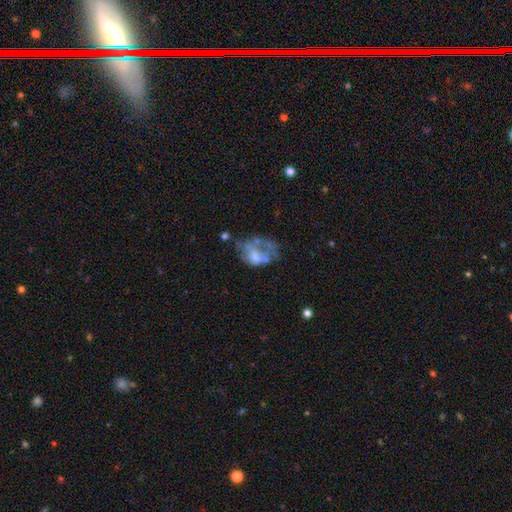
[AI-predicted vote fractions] smooth-or-featured: featured or disk: 49% | smooth: 39% | star or artifact: 12%
  merging: major disturbance: 39% | none: 22% | merger: 19% | minor disturbance: 19%